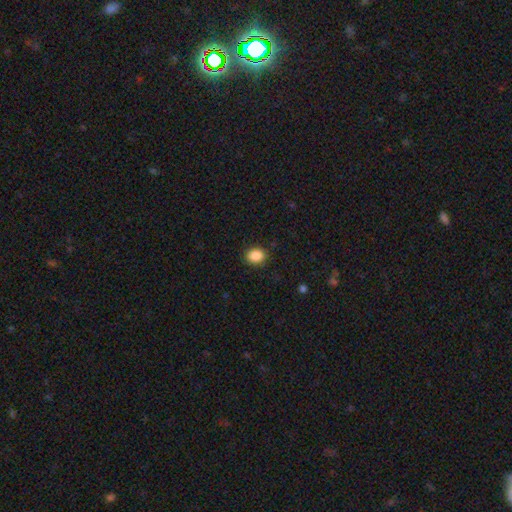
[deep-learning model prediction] smooth_or_featured: smooth (p=0.88) [alt: star or artifact p=0.09]
how_rounded: in between (p=0.53) [alt: round p=0.46]
merging: none (p=0.88) [alt: minor disturbance p=0.09]